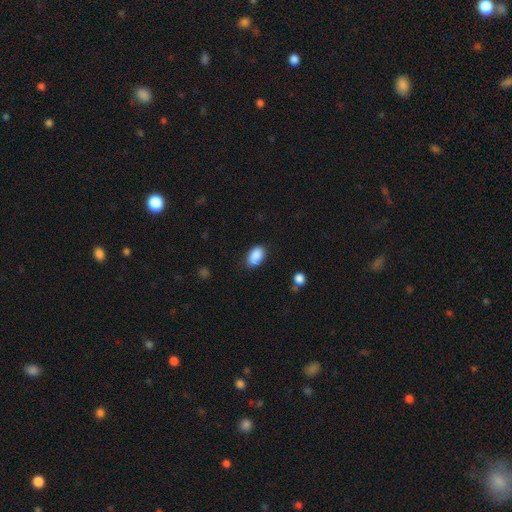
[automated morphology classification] Smooth or featured? smooth (89%)
How rounded? in between (92%)
Merging? none (83%)